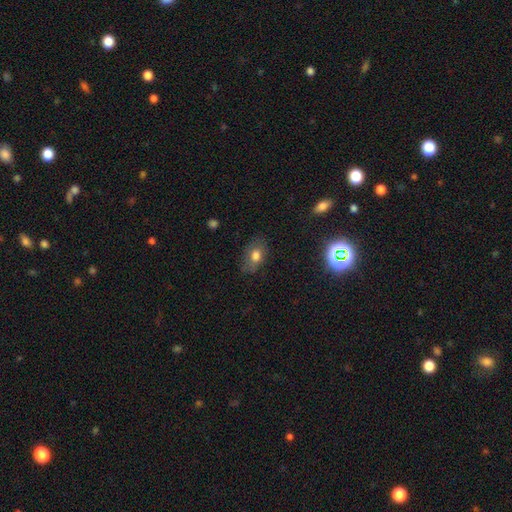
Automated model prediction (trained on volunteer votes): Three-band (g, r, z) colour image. It shows a smooth galaxy with no disk features (71%) that is in between round and cigar-shaped (82%). Merging: none (70%).